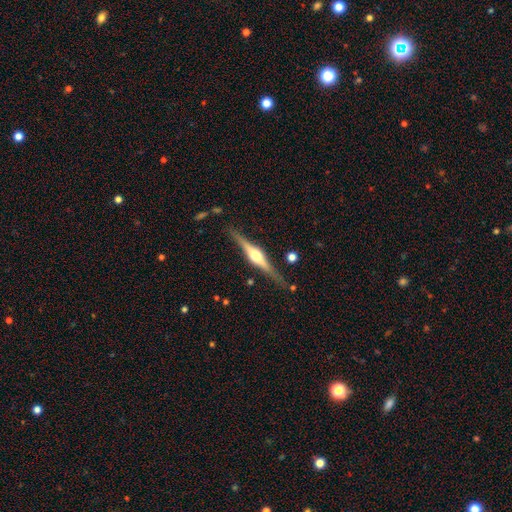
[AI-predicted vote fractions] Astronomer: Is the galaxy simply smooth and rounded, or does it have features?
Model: featured or disk — 82%.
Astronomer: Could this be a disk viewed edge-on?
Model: yes — 98%.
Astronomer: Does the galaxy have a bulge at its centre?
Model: rounded — 92%.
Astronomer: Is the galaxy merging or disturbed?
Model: none — 86%.